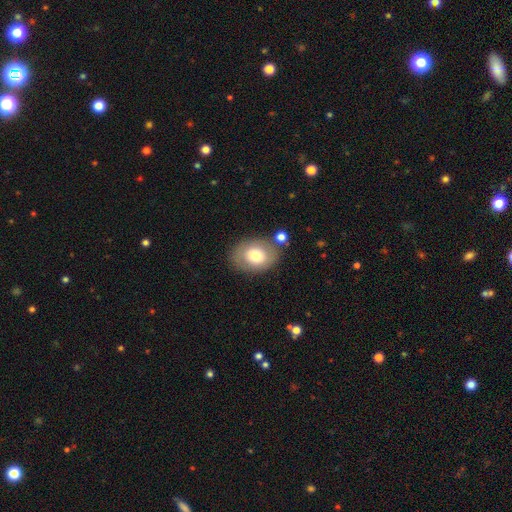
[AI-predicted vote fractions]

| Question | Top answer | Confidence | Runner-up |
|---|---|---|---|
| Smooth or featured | smooth | 72% | featured or disk (21%) |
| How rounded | in between | 68% | round (31%) |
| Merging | none | 73% | minor disturbance (14%) |